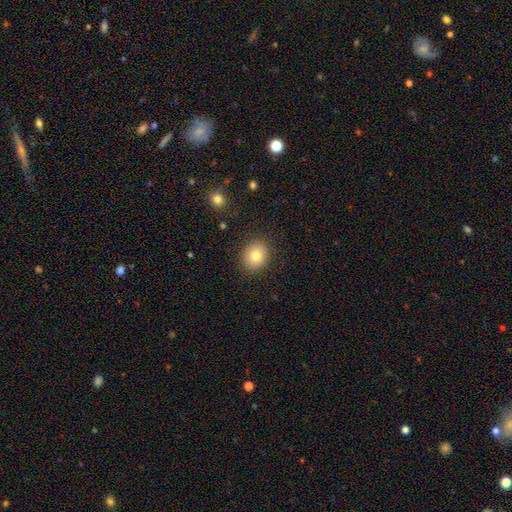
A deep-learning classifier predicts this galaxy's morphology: This is clearly a smooth galaxy (80%). How rounded: likely round (64%). Merging: clearly none (88%).